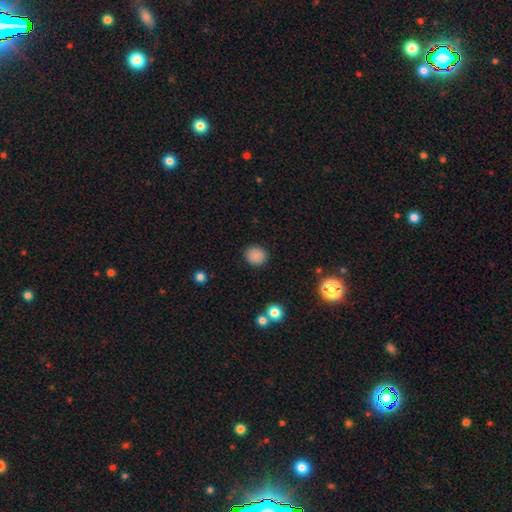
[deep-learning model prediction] Smooth or featured: smooth — 87% (star or artifact — 10%)
How rounded: round — 82% (in between — 17%)
Merging: none — 89% (minor disturbance — 7%)